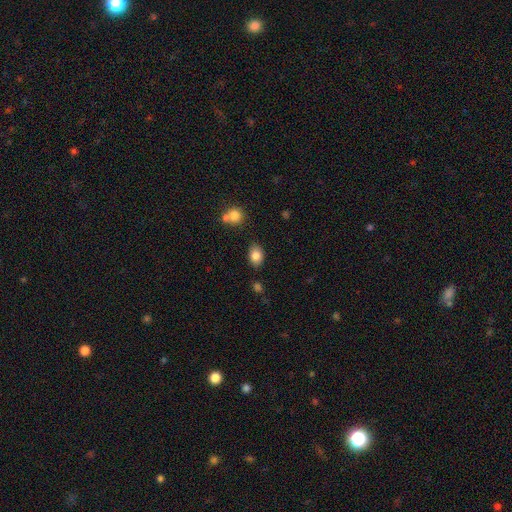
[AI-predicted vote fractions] smooth_or_featured: smooth (p=0.83) [alt: star or artifact p=0.08]
how_rounded: in between (p=0.81) [alt: round p=0.18]
merging: none (p=0.82) [alt: minor disturbance p=0.11]